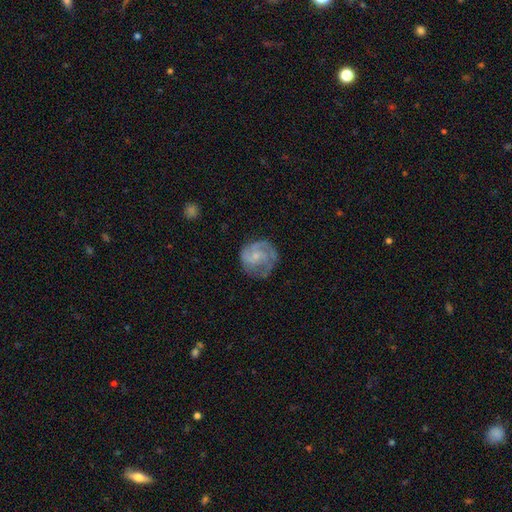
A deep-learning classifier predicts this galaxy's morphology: smooth_or_featured: featured or disk (p=0.76) [alt: smooth p=0.18]
disk_edge_on: no (p=0.98) [alt: yes p=0.02]
bar: no (p=0.66) [alt: weak p=0.29]
has_spiral_arms: yes (p=0.93) [alt: no p=0.07]
spiral_winding: tight (p=0.46) [alt: medium p=0.42]
spiral_arm_count: 3 (p=0.36) [alt: 2 p=0.33]
bulge_size: small (p=0.63) [alt: moderate p=0.24]
merging: none (p=0.67) [alt: minor disturbance p=0.20]